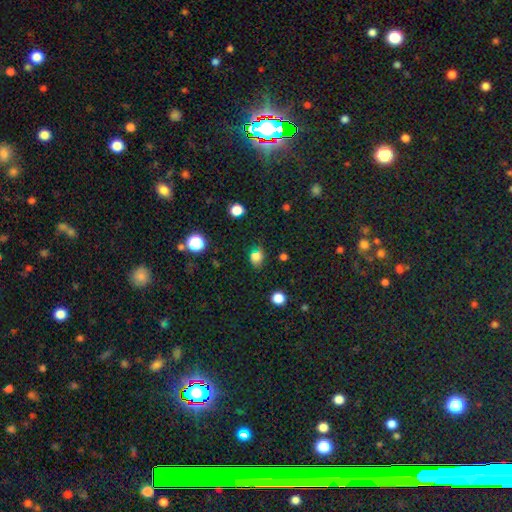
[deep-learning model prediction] smooth_or_featured: smooth (p=0.73) [alt: star or artifact p=0.21]
how_rounded: round (p=0.54) [alt: in between p=0.44]
merging: none (p=0.74) [alt: minor disturbance p=0.16]